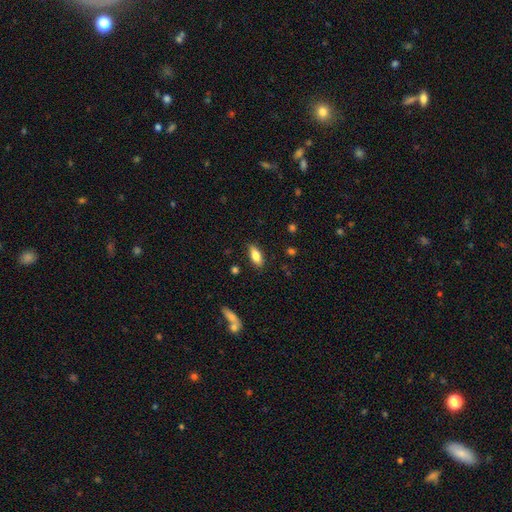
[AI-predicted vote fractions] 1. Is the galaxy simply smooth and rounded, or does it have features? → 78% smooth, 15% featured or disk, 7% star or artifact.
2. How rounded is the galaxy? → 80% in between, 18% cigar-shaped, 2% round.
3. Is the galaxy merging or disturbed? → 85% none, 10% minor disturbance, 2% major disturbance, 2% merger.